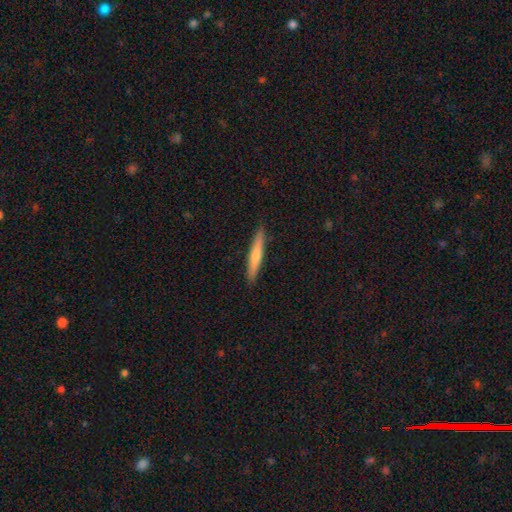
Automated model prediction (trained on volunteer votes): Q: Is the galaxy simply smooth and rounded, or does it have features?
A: smooth — 56%.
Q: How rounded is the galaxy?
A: cigar-shaped — 93%.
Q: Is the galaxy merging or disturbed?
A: none — 90%.